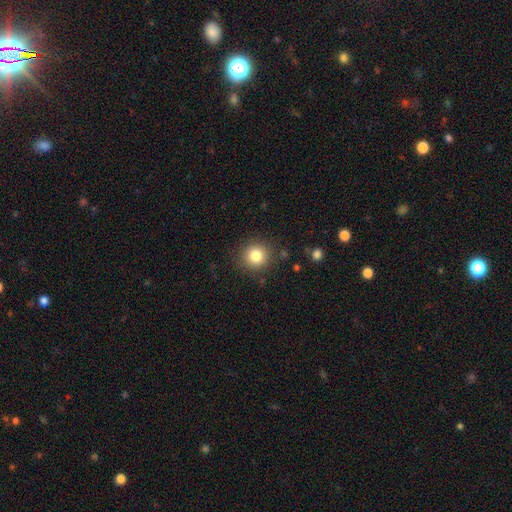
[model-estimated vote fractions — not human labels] A smooth galaxy with no disk features (82%) that is round (91%). Merging: none (87%).